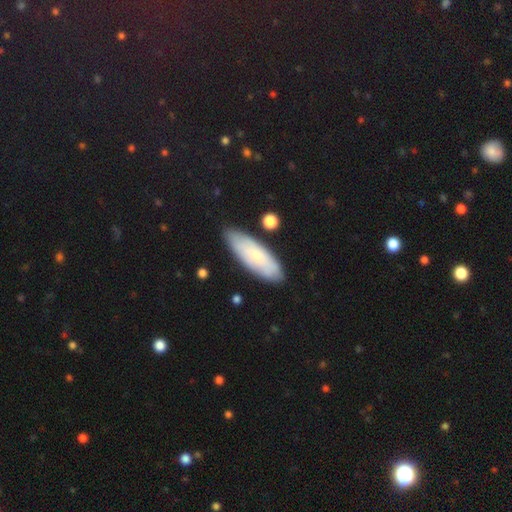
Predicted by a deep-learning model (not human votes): Overall: smooth (64%; featured or disk 30%). How rounded: in between (61%; cigar-shaped 37%). Merging: none (81%).